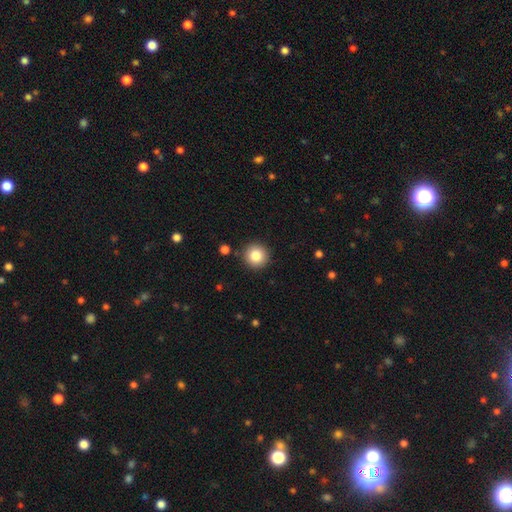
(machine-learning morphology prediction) Q: Smooth or featured?
A: smooth (83%); runner-up: star or artifact (10%)
Q: How rounded?
A: round (95%); runner-up: in between (4%)
Q: Merging?
A: none (91%); runner-up: minor disturbance (6%)